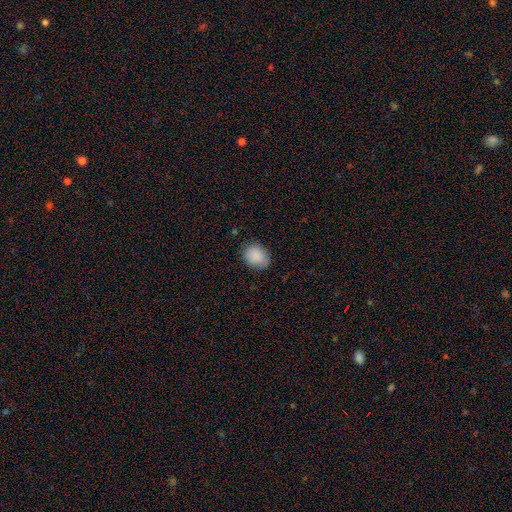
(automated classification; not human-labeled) smooth 88%, star or artifact 7%, featured or disk 5%. Down the decision tree: how rounded — round (53%); merging — none (79%).